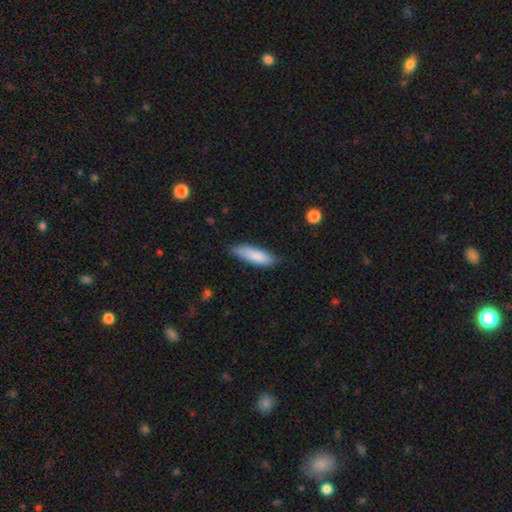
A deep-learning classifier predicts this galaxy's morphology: smooth-or-featured: smooth: 85% | featured or disk: 9% | star or artifact: 6%
  how-rounded: cigar-shaped: 56% | in between: 42% | round: 1%
  merging: none: 76% | minor disturbance: 19% | major disturbance: 3% | merger: 1%